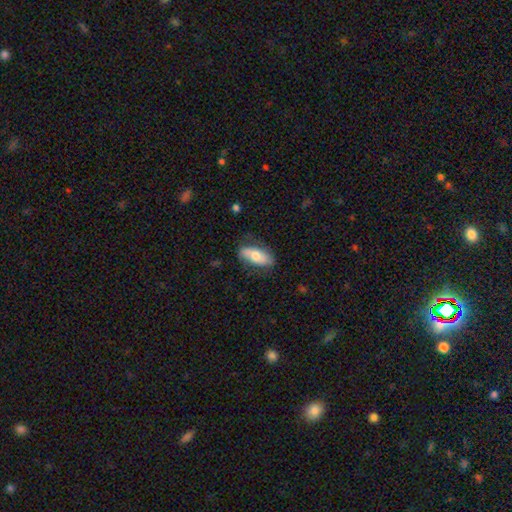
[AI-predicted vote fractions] smooth 65%, featured or disk 29%, star or artifact 6%. Down the decision tree: how rounded — in between (83%); merging — none (75%).